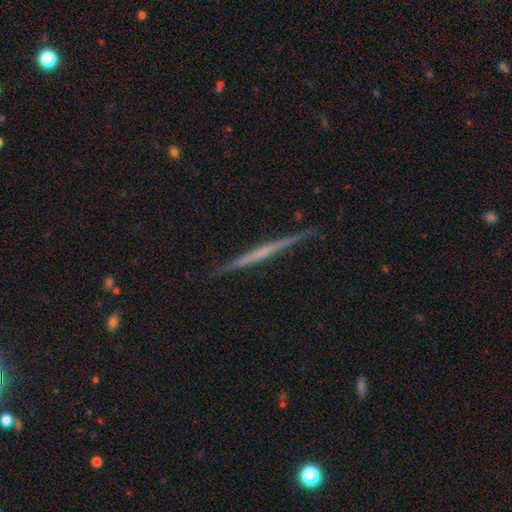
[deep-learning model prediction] featured or disk 65%, smooth 29%, star or artifact 6%. Down the decision tree: edge-on disk — yes (98%); edge-on bulge — none (85%); merging — none (91%).